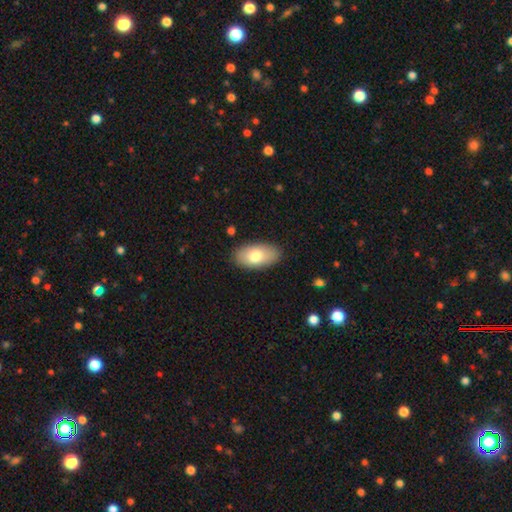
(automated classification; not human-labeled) A smooth galaxy with no disk features (75%) that is in between round and cigar-shaped (94%). Merging: none (86%).